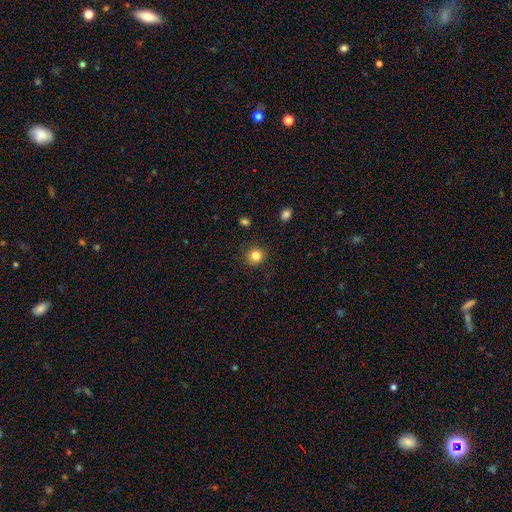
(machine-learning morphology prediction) Overall: smooth (83%). How rounded: round (91%). Merging: none (90%).